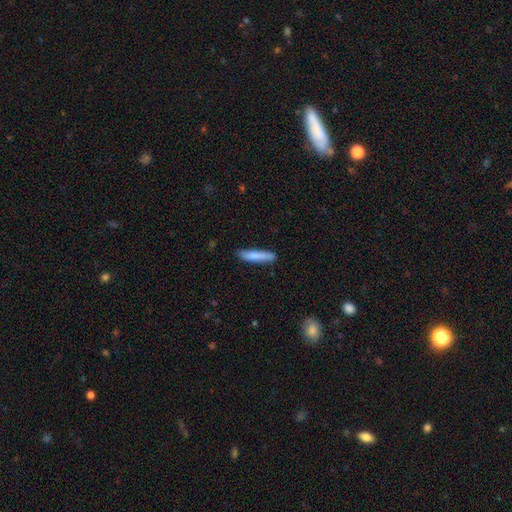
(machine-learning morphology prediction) type=smooth (77%); roundness=cigar-shaped (88%); merging=none (83%).